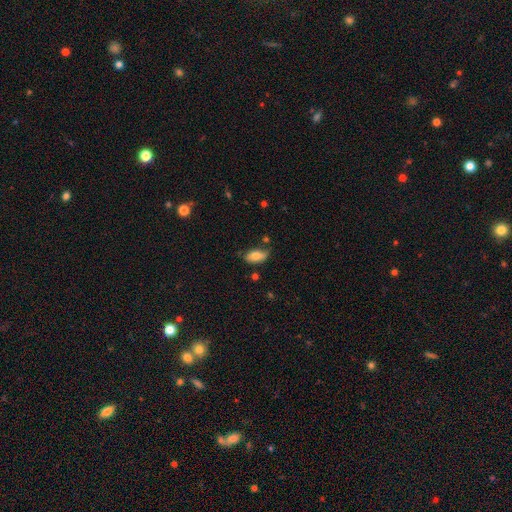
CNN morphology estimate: Smooth or featured?
  - smooth: 77% *
  - featured or disk: 15%
  - star or artifact: 7%
How rounded?
  - in between: 90% *
  - cigar-shaped: 7%
  - round: 3%
Merging?
  - none: 72% *
  - minor disturbance: 20%
  - merger: 4%
  - major disturbance: 4%